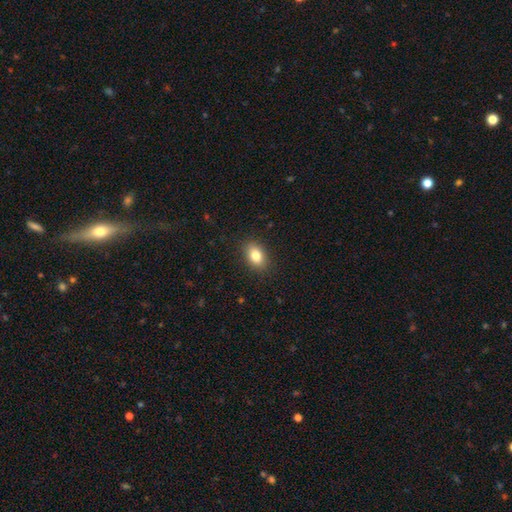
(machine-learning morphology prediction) smooth_or_featured: smooth (p=0.82) [alt: star or artifact p=0.09]
how_rounded: in between (p=0.80) [alt: round p=0.18]
merging: none (p=0.88) [alt: minor disturbance p=0.09]